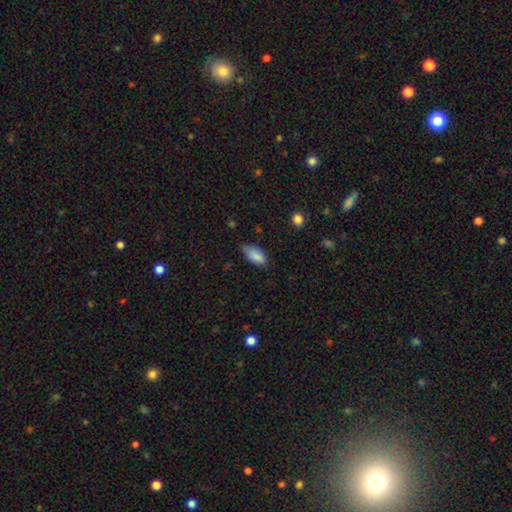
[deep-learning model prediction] Smooth or featured? Predicted: smooth (p=0.87). How rounded? Predicted: in between (p=0.91). Merging? Predicted: none (p=0.59).